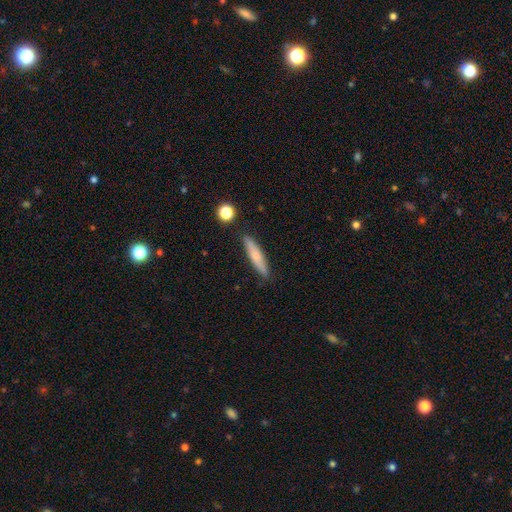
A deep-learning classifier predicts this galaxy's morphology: Q: Smooth or featured?
A: smooth (56%); runner-up: featured or disk (37%)
Q: How rounded?
A: cigar-shaped (83%); runner-up: in between (15%)
Q: Merging?
A: none (86%); runner-up: minor disturbance (9%)